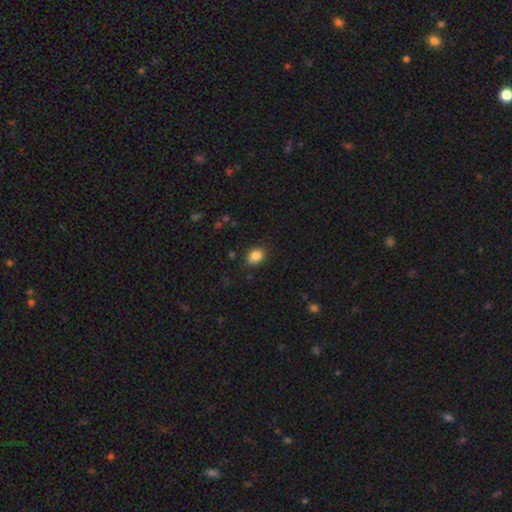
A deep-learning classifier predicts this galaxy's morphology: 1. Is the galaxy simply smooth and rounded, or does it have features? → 86% smooth, 9% star or artifact, 5% featured or disk.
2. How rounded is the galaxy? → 72% in between, 27% round, 1% cigar-shaped.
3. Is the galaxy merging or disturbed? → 83% none, 13% minor disturbance, 3% major disturbance, 1% merger.